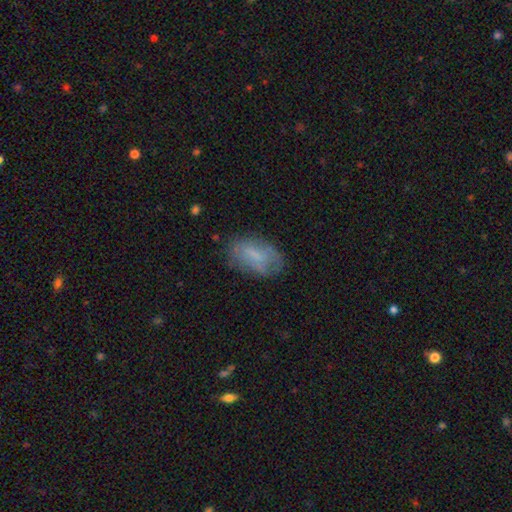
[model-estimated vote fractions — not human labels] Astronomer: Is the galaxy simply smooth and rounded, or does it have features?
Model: smooth — 60%.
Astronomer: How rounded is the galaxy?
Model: in between — 92%.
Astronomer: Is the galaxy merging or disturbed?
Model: none — 65%.